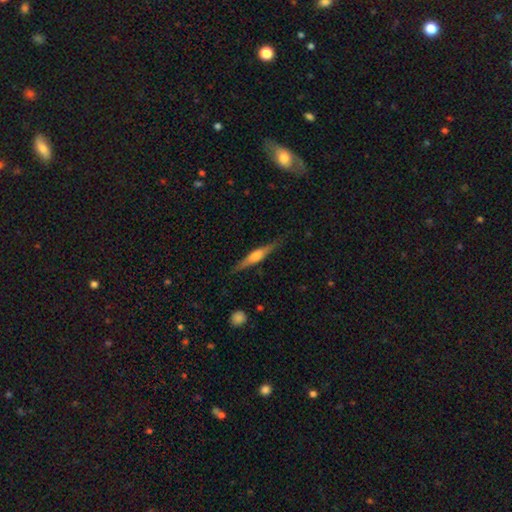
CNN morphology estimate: Smooth or featured? Predicted: featured or disk (p=0.66). Edge-on disk? Predicted: yes (p=0.97). Edge-on bulge? Predicted: rounded (p=0.76). Merging? Predicted: none (p=0.86).